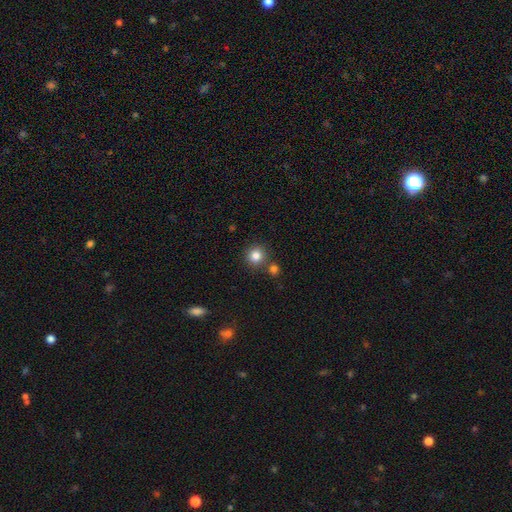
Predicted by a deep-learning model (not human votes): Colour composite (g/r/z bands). It shows a smooth galaxy with no disk features (82%) that is round (92%). Merging: none (79%).